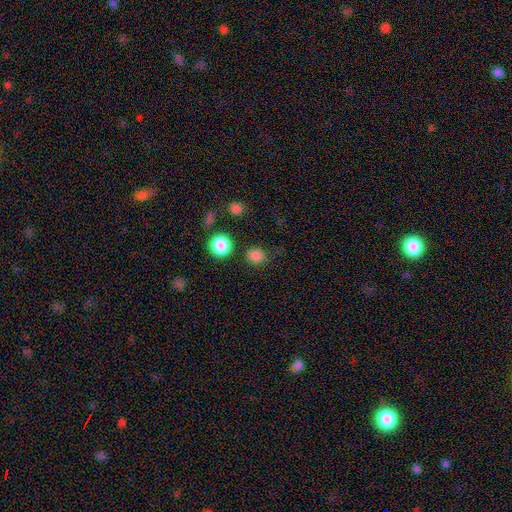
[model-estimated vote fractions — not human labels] smooth-or-featured: smooth: 81% | star or artifact: 15% | featured or disk: 4%
  how-rounded: round: 83% | in between: 16% | cigar-shaped: 1%
  merging: none: 82% | minor disturbance: 11% | major disturbance: 4% | merger: 4%